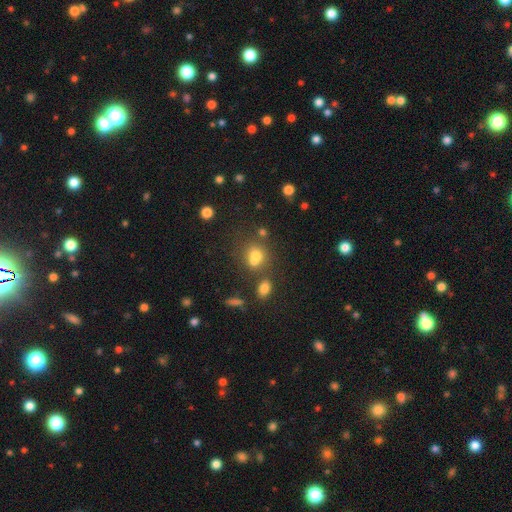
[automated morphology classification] This is likely a smooth galaxy (67%). How rounded: likely round (73%). Merging: marginally none (43%).